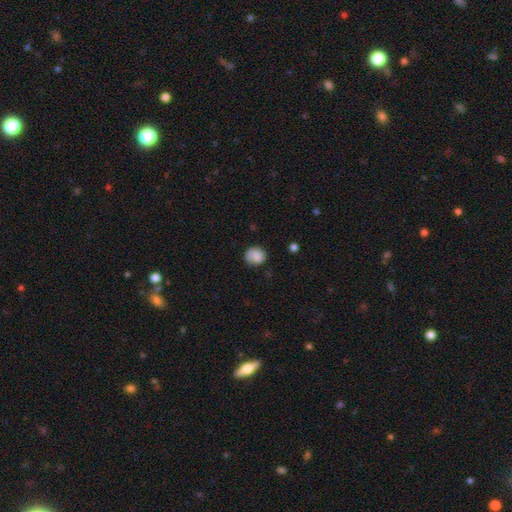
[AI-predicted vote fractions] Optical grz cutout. It shows a smooth galaxy with no disk features (75%) that is round (75%). Merging: none (69%).